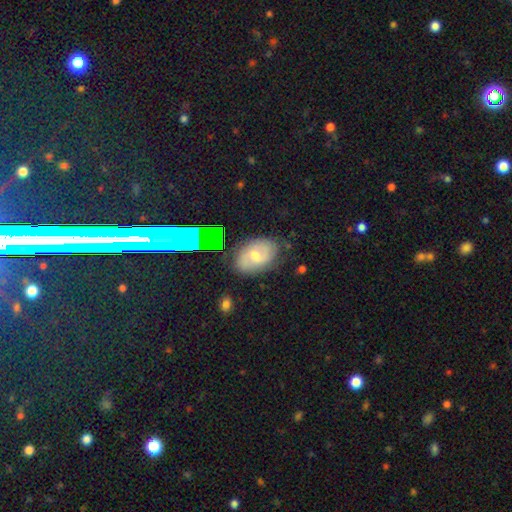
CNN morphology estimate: A featured or disk galaxy (53%) with a weak bar (51%), spiral arms (81%) and a moderate central bulge (53%).

Vote fractions:
- Smooth or featured? featured or disk: 53% / smooth: 35% / star or artifact: 12%
- Edge-on disk? no: 95% / yes: 5%
- Bar? weak: 51% / no: 37% / strong: 12%
- Spiral arms? yes: 81% / no: 19%
- Bulge size? moderate: 53% / small: 38% / large: 4% / none: 4% / dominant: 1%
- Merging? none: 74% / minor disturbance: 18% / major disturbance: 5% / merger: 3%